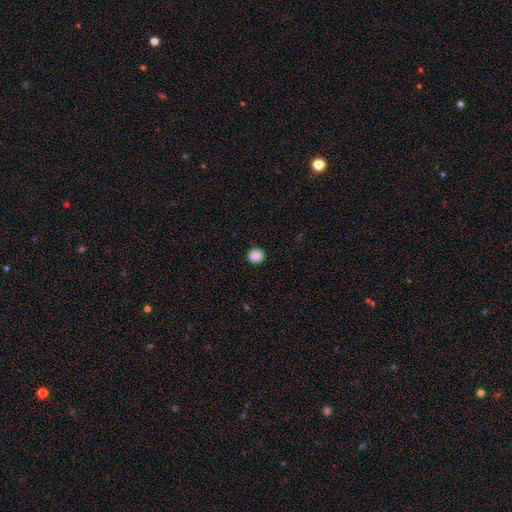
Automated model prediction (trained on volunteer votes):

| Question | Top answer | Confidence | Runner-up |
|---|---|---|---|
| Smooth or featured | smooth | 89% | star or artifact (9%) |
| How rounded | round | 89% | in between (10%) |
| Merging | none | 93% | minor disturbance (5%) |